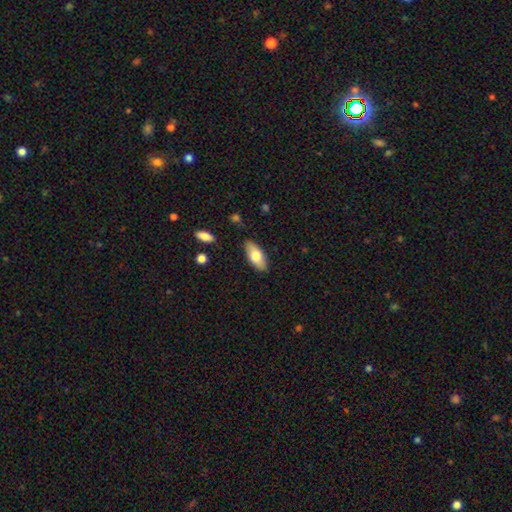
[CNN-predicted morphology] type=smooth (74%); roundness=in between (87%); merging=none (85%).